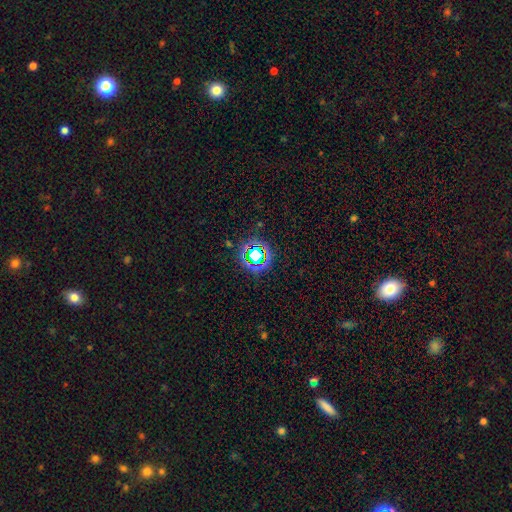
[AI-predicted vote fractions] smooth_or_featured: star or artifact (p=0.61) [alt: smooth p=0.27]